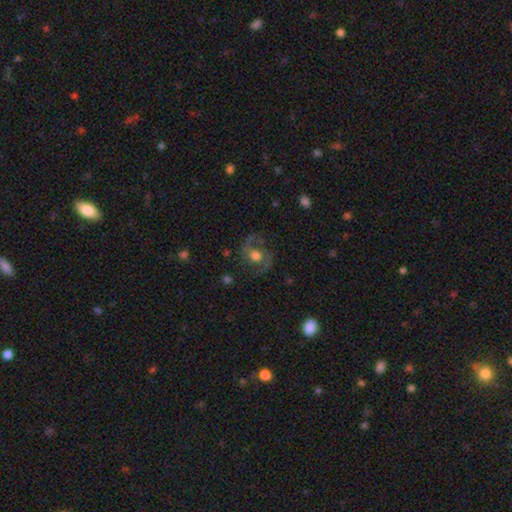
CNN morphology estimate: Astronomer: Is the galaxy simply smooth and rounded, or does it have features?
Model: featured or disk — 72%.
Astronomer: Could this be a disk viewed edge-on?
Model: no — 97%.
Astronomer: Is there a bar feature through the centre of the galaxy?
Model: no — 62%.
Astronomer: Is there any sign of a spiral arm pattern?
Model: yes — 89%.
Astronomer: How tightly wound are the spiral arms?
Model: medium — 55% (runner-up: loose, 32%).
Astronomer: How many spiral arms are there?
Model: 2 — 90%.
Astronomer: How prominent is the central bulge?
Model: moderate — 61%.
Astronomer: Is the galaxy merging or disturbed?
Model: none — 73%.